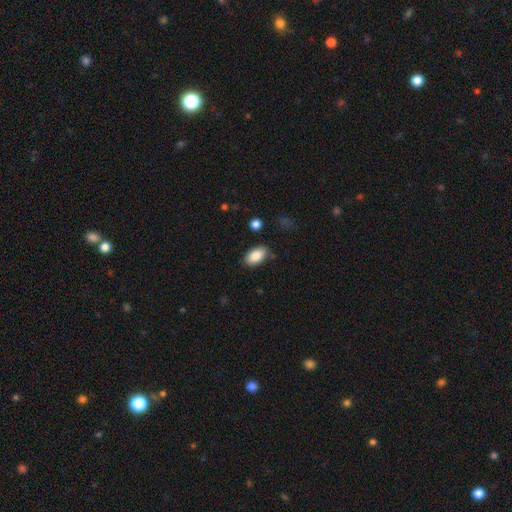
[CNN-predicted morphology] Overall: smooth (87%). How rounded: in between (93%). Merging: none (82%).